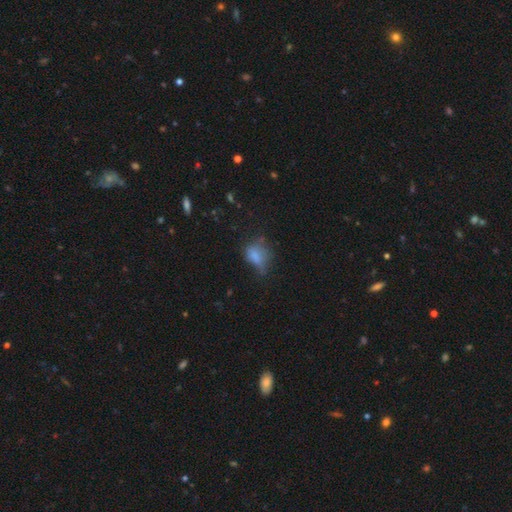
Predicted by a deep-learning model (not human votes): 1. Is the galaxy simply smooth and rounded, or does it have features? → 70% smooth, 17% featured or disk, 13% star or artifact.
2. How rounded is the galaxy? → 71% in between, 27% round, 2% cigar-shaped.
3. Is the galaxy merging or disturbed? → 34% minor disturbance, 32% none, 30% major disturbance, 4% merger.